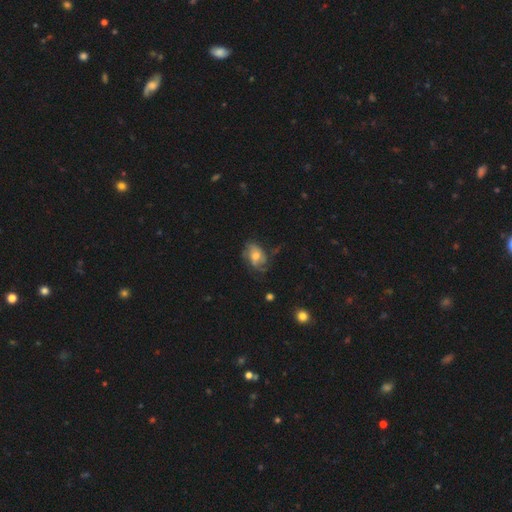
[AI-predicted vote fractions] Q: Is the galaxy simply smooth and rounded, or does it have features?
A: featured or disk — 63%.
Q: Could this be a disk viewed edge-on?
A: no — 96%.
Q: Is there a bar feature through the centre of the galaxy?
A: no — 67%.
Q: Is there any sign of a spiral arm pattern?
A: yes — 82%.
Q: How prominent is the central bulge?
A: moderate — 66%.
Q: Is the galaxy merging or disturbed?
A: none — 53%.